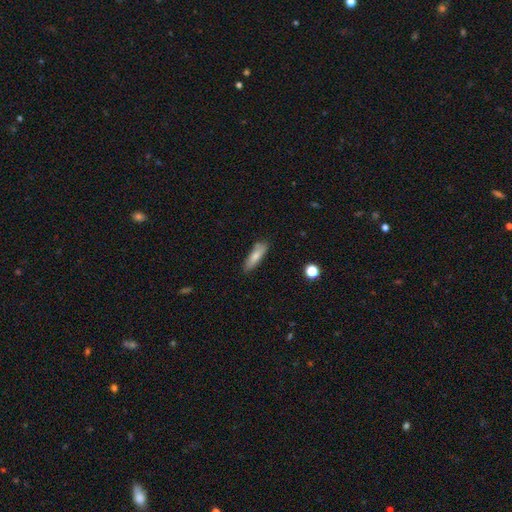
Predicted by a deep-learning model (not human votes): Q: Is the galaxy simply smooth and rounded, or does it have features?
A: smooth — 77%.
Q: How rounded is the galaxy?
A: cigar-shaped — 55%.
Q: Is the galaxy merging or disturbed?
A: none — 78%.